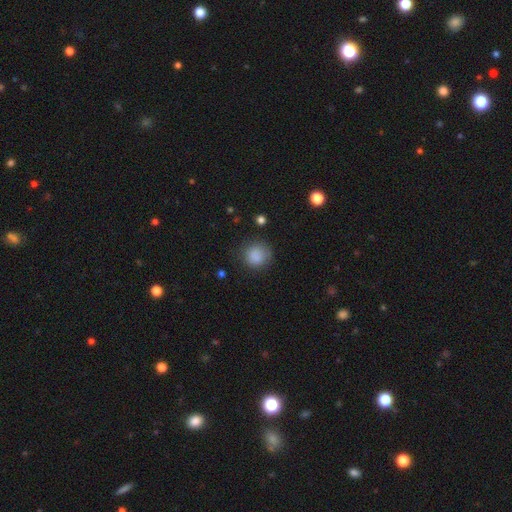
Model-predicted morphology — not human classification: A smooth galaxy with no disk features (86%) that is round (89%). Merging: none (79%).